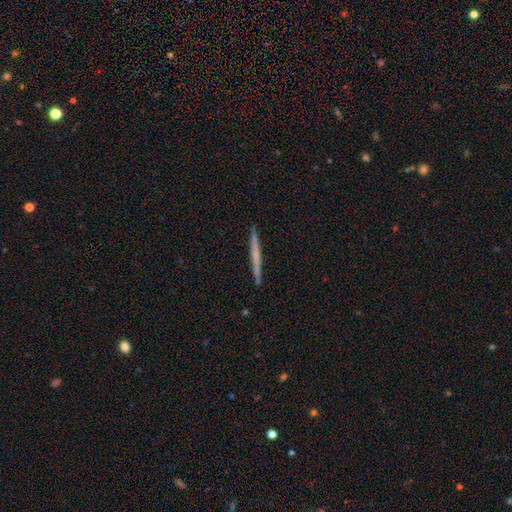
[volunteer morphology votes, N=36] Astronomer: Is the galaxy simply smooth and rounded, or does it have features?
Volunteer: featured or disk — 69%.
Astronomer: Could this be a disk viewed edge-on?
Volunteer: yes — 96%.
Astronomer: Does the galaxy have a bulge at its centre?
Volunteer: none — 79%.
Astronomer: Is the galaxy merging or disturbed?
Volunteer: none — 86%.